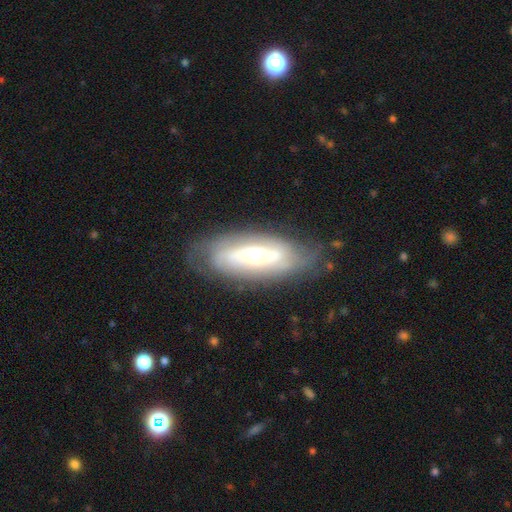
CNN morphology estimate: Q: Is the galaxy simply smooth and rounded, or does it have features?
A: featured or disk — 69%.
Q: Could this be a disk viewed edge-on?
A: no — 81%.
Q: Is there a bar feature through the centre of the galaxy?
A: no — 50%.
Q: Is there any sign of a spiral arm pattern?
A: yes — 72%.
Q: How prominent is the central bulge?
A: moderate — 60%.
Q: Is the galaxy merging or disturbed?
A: none — 72%.